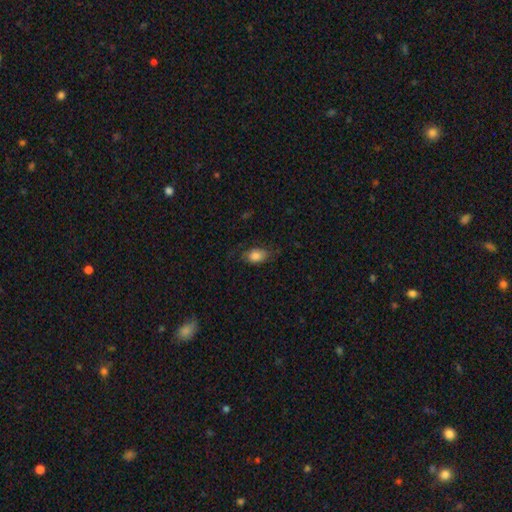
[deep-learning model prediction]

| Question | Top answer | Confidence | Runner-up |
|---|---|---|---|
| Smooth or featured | smooth | 80% | featured or disk (12%) |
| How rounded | in between | 87% | round (10%) |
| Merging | none | 67% | minor disturbance (23%) |